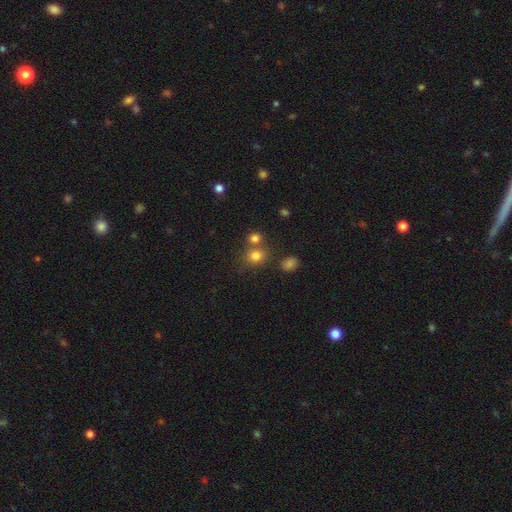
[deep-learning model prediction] smooth_or_featured: smooth (p=0.78) [alt: star or artifact p=0.14]
how_rounded: round (p=0.73) [alt: in between p=0.26]
merging: none (p=0.61) [alt: merger p=0.24]